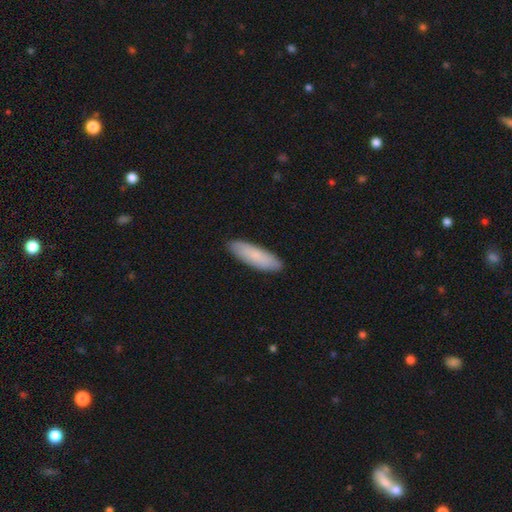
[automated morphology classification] Overall: smooth (82%). How rounded: cigar-shaped (53%; in between 45%). Merging: none (89%).